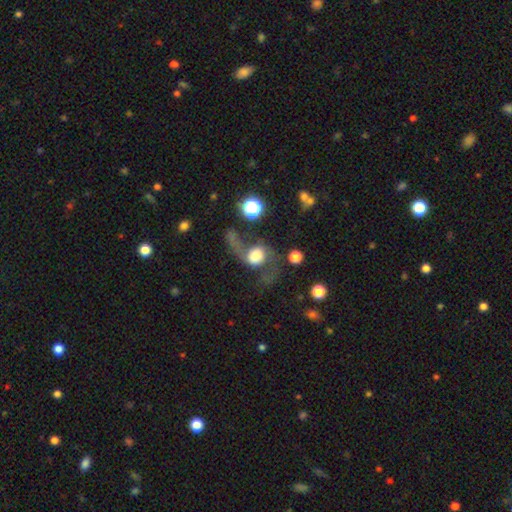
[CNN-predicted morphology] smooth-or-featured: featured or disk: 58% | smooth: 33% | star or artifact: 10%
  disk-edge-on: no: 94% | yes: 6%
    bar: no: 71% | weak: 24% | strong: 6%
    has-spiral-arms: yes: 82% | no: 18%
    bulge-size: large: 45% | dominant: 26% | moderate: 17% | small: 7% | none: 5%
  merging: major disturbance: 39% | none: 37% | minor disturbance: 16% | merger: 9%